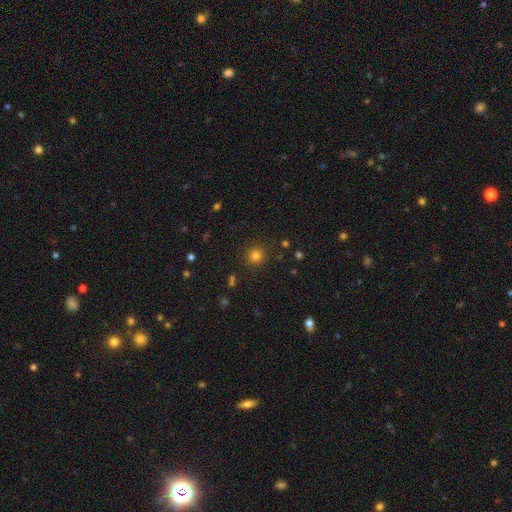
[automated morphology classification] A smooth galaxy with no disk features (80%) that is round (93%).

Vote fractions:
- Smooth or featured? smooth: 80% / star or artifact: 15% / featured or disk: 5%
- How rounded? round: 93% / in between: 6% / cigar-shaped: 1%
- Merging? none: 89% / minor disturbance: 7% / major disturbance: 3% / merger: 2%